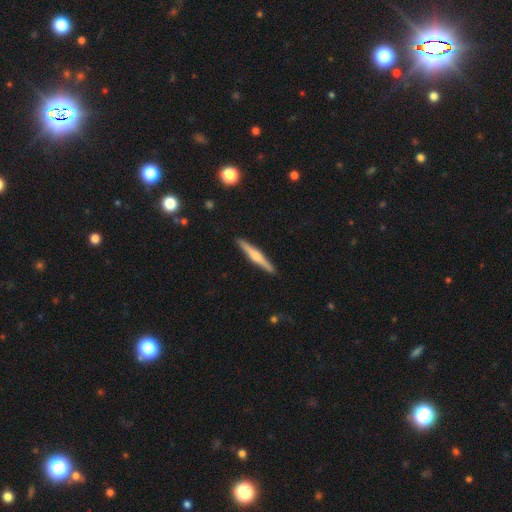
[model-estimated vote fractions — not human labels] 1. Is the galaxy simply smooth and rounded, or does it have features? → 64% featured or disk, 30% smooth, 5% star or artifact.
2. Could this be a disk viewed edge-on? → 98% yes, 2% no.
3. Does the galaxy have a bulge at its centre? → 81% rounded, 11% boxy, 8% none.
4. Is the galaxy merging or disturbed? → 91% none, 6% minor disturbance, 1% major disturbance, 1% merger.